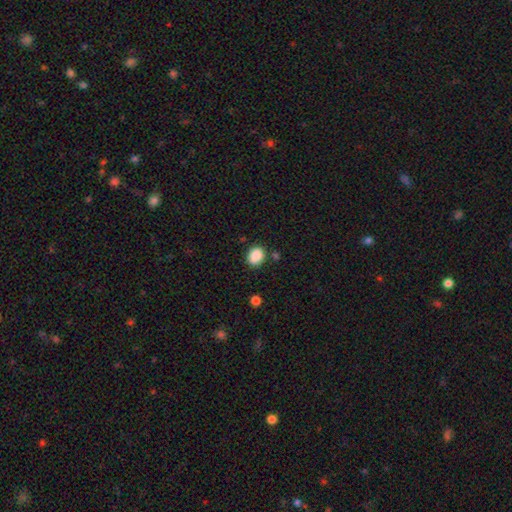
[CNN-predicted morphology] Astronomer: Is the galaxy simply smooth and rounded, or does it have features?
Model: smooth — 88%.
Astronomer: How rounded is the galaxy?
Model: in between — 57% (runner-up: round, 42%).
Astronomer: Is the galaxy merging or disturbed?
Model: none — 81%.